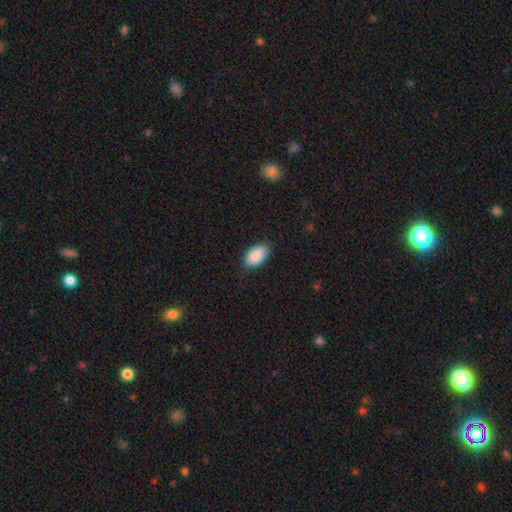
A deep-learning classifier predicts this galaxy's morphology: A smooth galaxy with no disk features (90%) that is in between round and cigar-shaped (94%). Merging: none (77%).